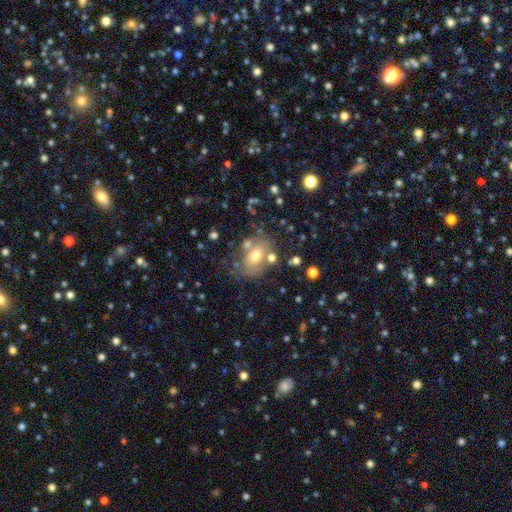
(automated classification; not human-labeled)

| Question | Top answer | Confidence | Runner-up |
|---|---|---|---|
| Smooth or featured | smooth | 60% | featured or disk (27%) |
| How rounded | in between | 71% | round (27%) |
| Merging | none | 60% | minor disturbance (19%) |